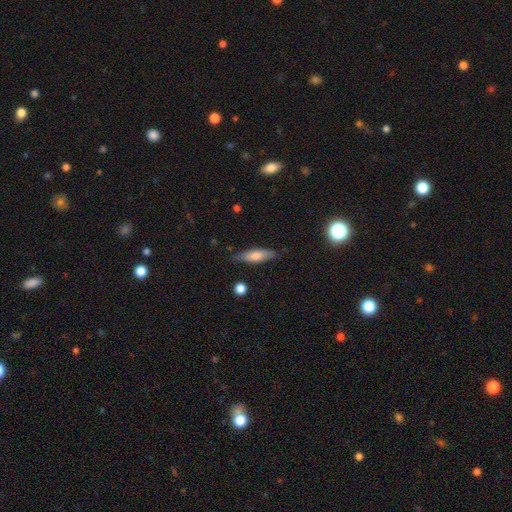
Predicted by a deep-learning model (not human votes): Smooth or featured: smooth — 71% (featured or disk — 22%)
How rounded: cigar-shaped — 54% (in between — 44%)
Merging: none — 80% (minor disturbance — 15%)